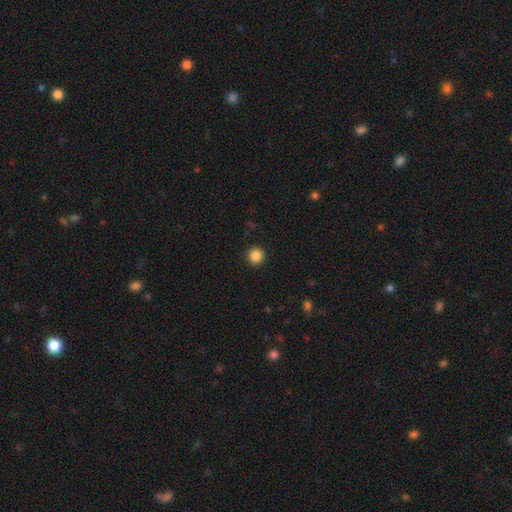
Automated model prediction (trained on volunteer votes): smooth-or-featured: smooth: 86% | star or artifact: 10% | featured or disk: 4%
  how-rounded: round: 95% | in between: 4% | cigar-shaped: 1%
  merging: none: 93% | minor disturbance: 5% | major disturbance: 2% | merger: 1%